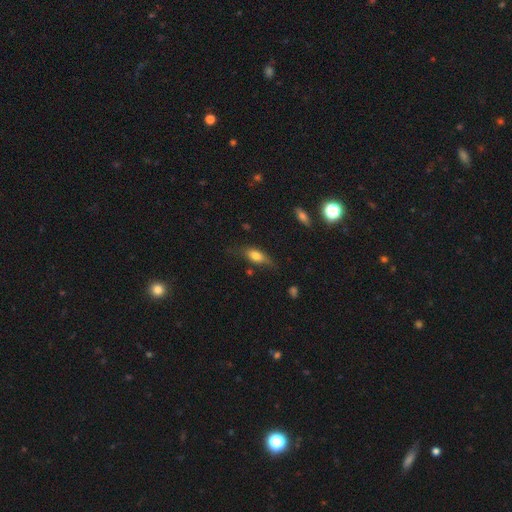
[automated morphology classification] A smooth galaxy with no disk features (69%) that is in between round and cigar-shaped (74%). Merging: none (57%).